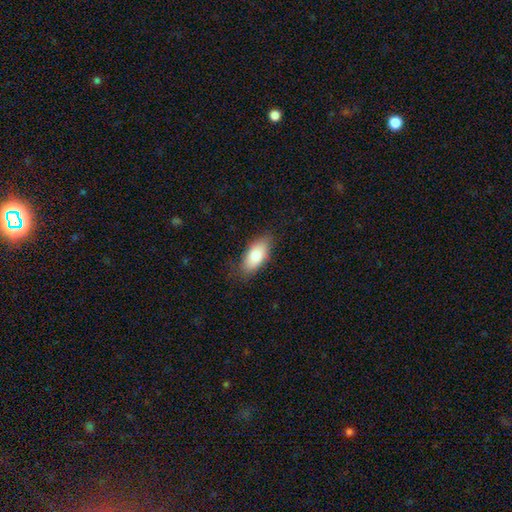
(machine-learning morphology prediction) smooth_or_featured: smooth (p=0.80) [alt: featured or disk p=0.14]
how_rounded: in between (p=0.89) [alt: cigar-shaped p=0.09]
merging: none (p=0.80) [alt: minor disturbance p=0.16]